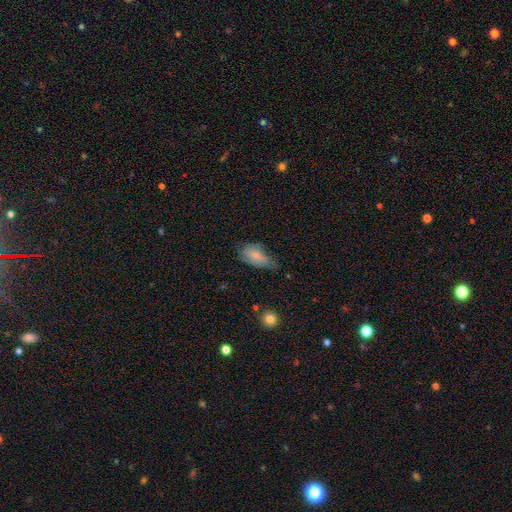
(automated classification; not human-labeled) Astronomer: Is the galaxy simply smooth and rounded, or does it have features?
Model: smooth — 68%.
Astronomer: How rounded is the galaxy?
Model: in between — 90%.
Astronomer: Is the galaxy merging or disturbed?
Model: minor disturbance — 42% (runner-up: none, 41%).